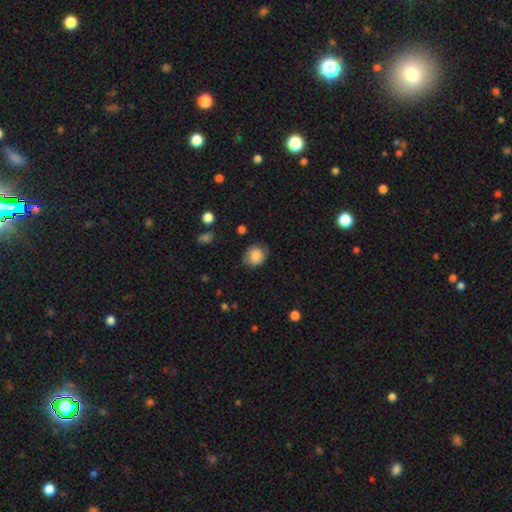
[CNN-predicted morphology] This is clearly a smooth galaxy (80%). How rounded: likely round (67%). Merging: likely none (69%).